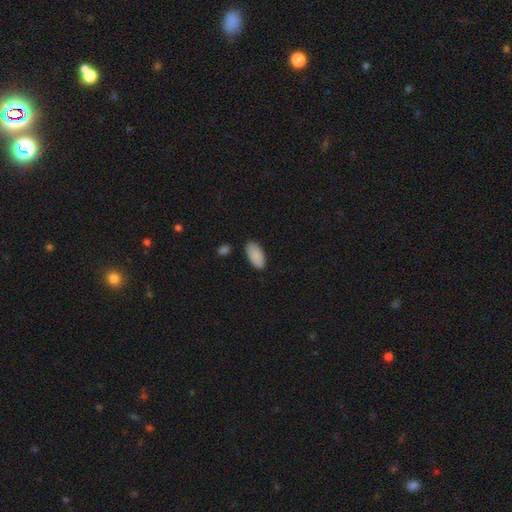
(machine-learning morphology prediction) This is clearly a smooth galaxy (89%). How rounded: clearly in between (93%). Merging: clearly none (83%).